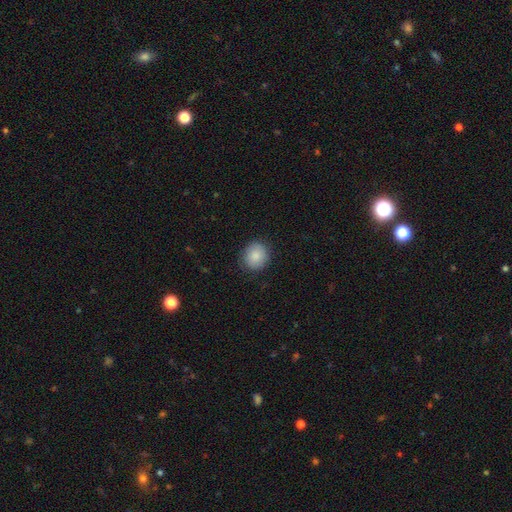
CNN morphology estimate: Smooth or featured: smooth — 85% (featured or disk — 8%)
How rounded: round — 80% (in between — 19%)
Merging: none — 86% (minor disturbance — 11%)